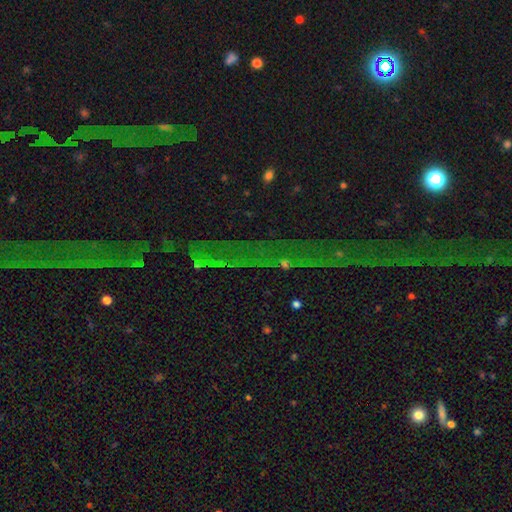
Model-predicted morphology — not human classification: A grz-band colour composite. It shows a star or artifact, not a galaxy (79%).